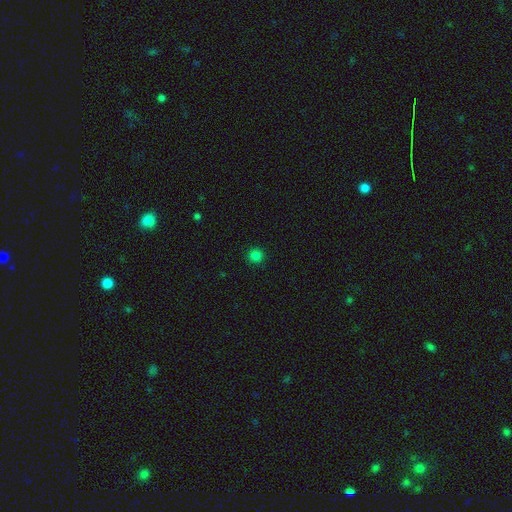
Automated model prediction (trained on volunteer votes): Smooth or featured? Predicted: smooth (p=0.82). How rounded? Predicted: round (p=0.95). Merging? Predicted: none (p=0.93).